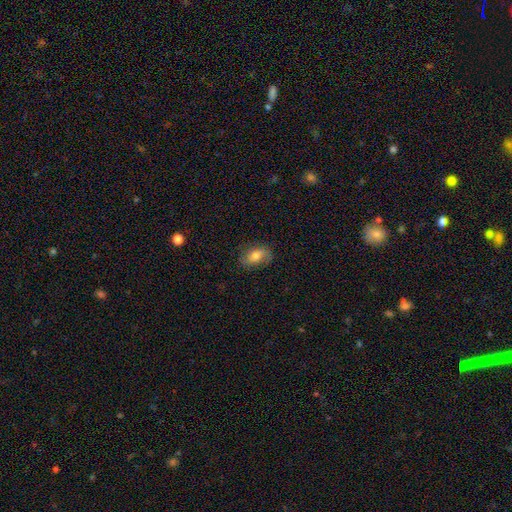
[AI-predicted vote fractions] smooth-or-featured: smooth: 66% | featured or disk: 26% | star or artifact: 9%
  how-rounded: in between: 86% | round: 10% | cigar-shaped: 3%
  merging: none: 75% | minor disturbance: 18% | major disturbance: 6% | merger: 1%